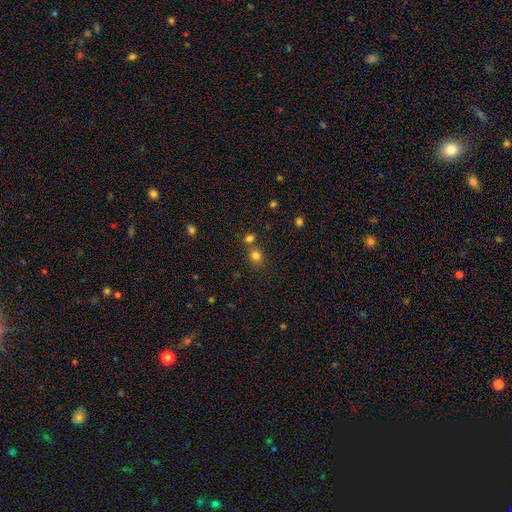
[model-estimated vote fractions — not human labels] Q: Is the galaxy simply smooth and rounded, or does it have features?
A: smooth — 78%.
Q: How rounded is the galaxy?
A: round — 74%.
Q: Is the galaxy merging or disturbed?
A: none — 65%.